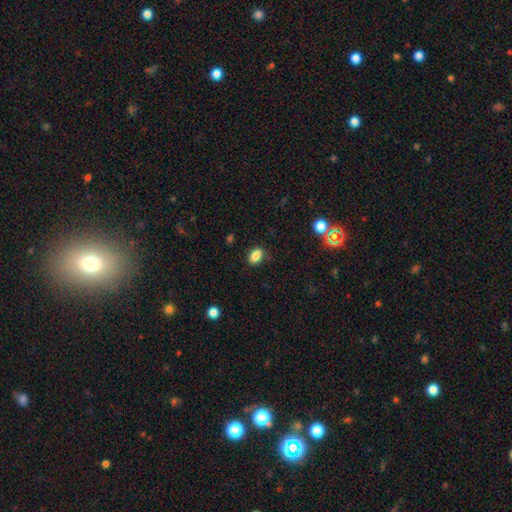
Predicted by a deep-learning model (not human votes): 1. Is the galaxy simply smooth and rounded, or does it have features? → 85% smooth, 10% star or artifact, 5% featured or disk.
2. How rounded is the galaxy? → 78% in between, 21% round, 1% cigar-shaped.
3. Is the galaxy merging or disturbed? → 83% none, 12% minor disturbance, 3% major disturbance, 1% merger.